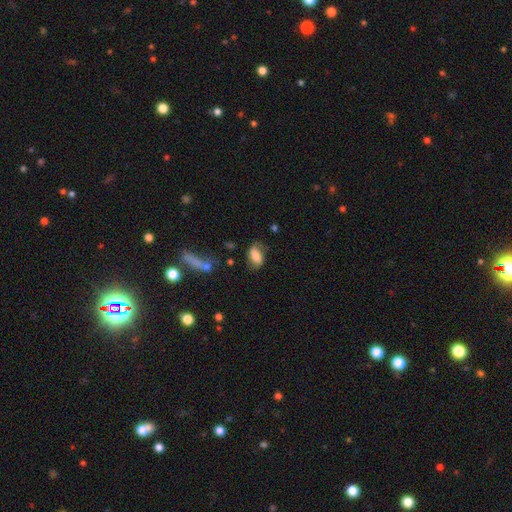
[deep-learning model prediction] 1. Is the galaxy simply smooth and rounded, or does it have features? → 68% smooth, 23% featured or disk, 9% star or artifact.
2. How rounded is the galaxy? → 88% in between, 8% round, 4% cigar-shaped.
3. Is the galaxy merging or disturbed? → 60% none, 25% minor disturbance, 11% major disturbance, 4% merger.